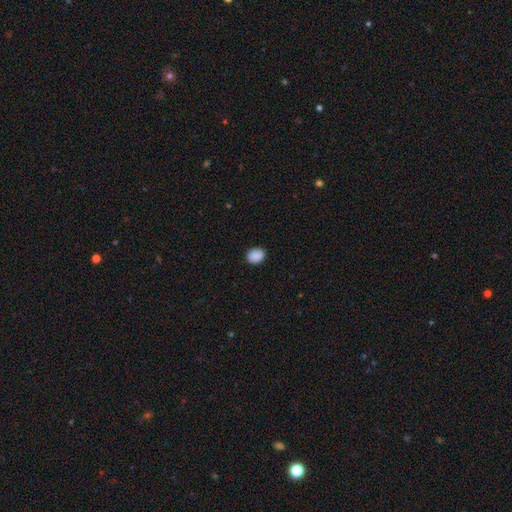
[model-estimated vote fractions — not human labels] Smooth or featured?
  - smooth: 89% *
  - star or artifact: 8%
  - featured or disk: 3%
How rounded?
  - round: 50% *
  - in between: 49%
  - cigar-shaped: 1%
Merging?
  - none: 87% *
  - minor disturbance: 10%
  - major disturbance: 2%
  - merger: 1%